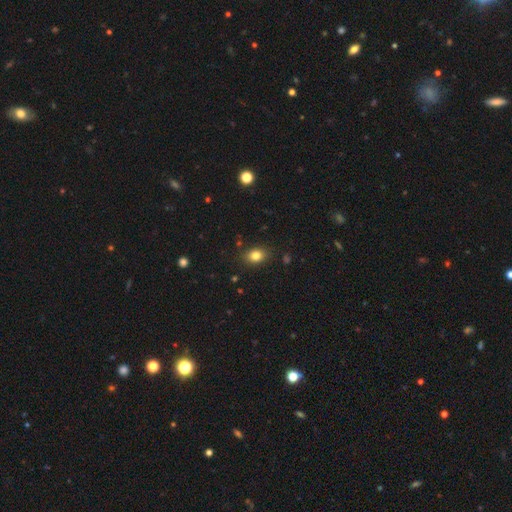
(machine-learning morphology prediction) Smooth or featured? Predicted: smooth (p=0.81). How rounded? Predicted: in between (p=0.69). Merging? Predicted: none (p=0.85).